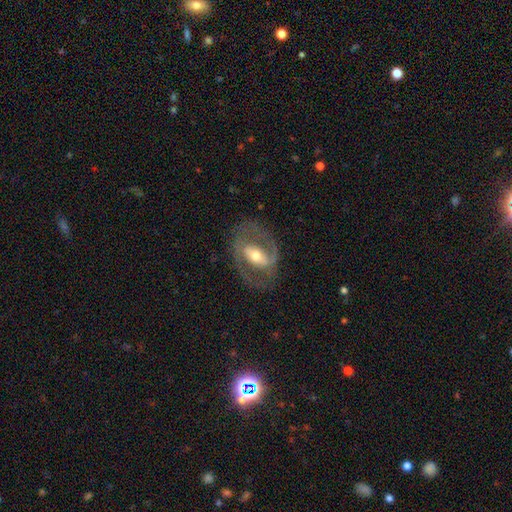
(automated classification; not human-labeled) smooth-or-featured: featured or disk: 78% | smooth: 17% | star or artifact: 6%
  disk-edge-on: no: 94% | yes: 6%
    bar: strong: 40% | weak: 36% | no: 24%
    has-spiral-arms: yes: 73% | no: 27%
      spiral-winding: medium: 51% | tight: 28% | loose: 21%
      spiral-arm-count: 2: 81% | can't tell: 10% | 1: 6% | 3: 1% | 4: 1% | more than 4: 1%
    bulge-size: moderate: 68% | small: 18% | large: 12% | dominant: 1% | none: 1%
  merging: none: 71% | minor disturbance: 16% | major disturbance: 13% | merger: 1%